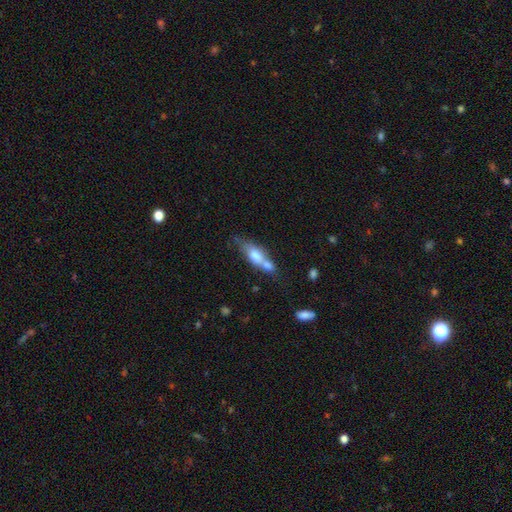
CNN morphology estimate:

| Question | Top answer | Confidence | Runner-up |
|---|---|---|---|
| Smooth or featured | smooth | 64% | featured or disk (28%) |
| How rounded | in between | 64% | cigar-shaped (29%) |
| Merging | merger | 49% | none (30%) |